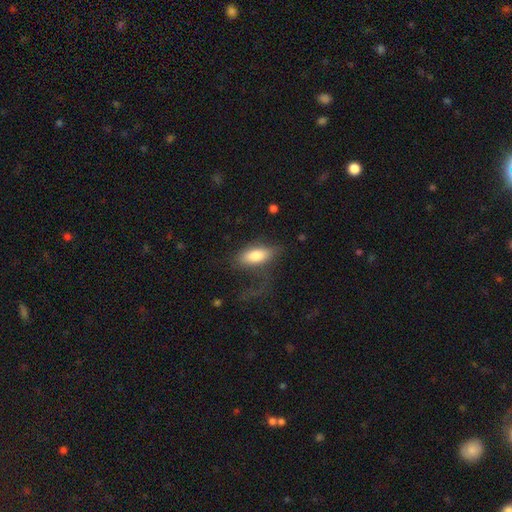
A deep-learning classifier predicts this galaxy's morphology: This is likely a smooth galaxy (77%). How rounded: clearly in between (85%). Merging: marginally none (43%).